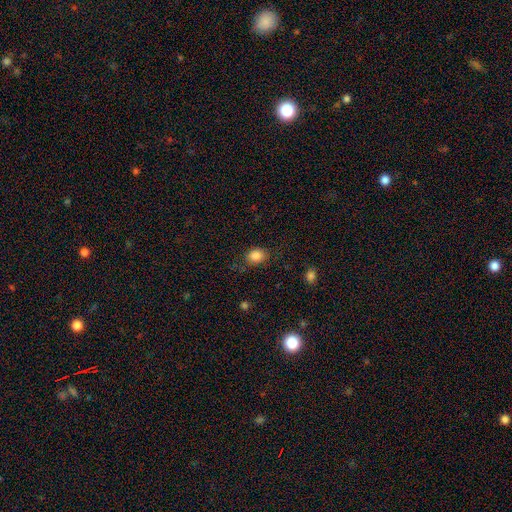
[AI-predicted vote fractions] This appears to be a smooth galaxy with no disk features (85%) that is in between round and cigar-shaped (52%). Merging: none (78%).